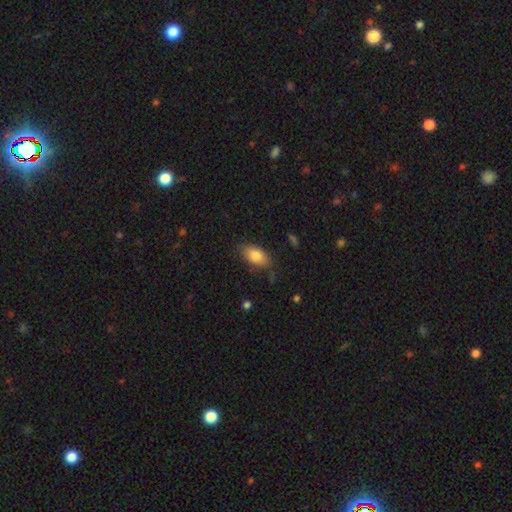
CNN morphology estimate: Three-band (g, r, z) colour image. It shows a smooth galaxy with no disk features (83%) that is in between round and cigar-shaped (90%). Merging: none (77%).